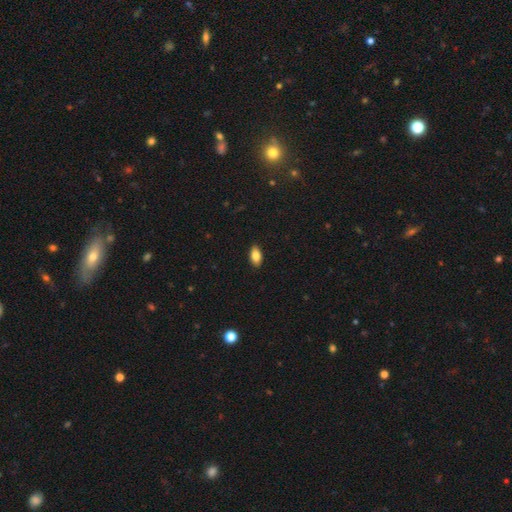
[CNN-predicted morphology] Q: Smooth or featured?
A: smooth (85%); runner-up: star or artifact (8%)
Q: How rounded?
A: in between (92%); runner-up: cigar-shaped (5%)
Q: Merging?
A: none (89%); runner-up: minor disturbance (8%)